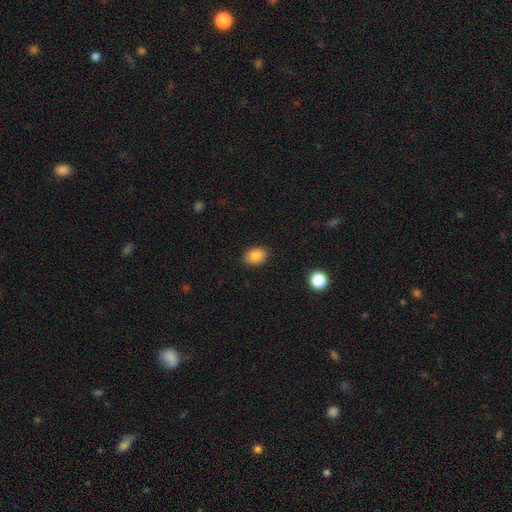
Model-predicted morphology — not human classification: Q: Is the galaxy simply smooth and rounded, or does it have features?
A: smooth — 86%.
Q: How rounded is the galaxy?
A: in between — 73%.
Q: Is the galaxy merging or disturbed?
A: none — 87%.